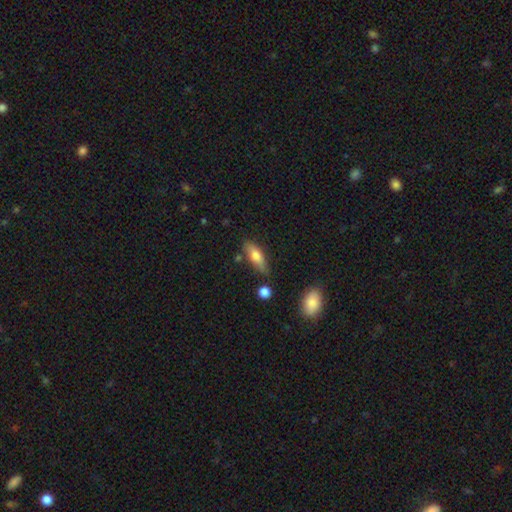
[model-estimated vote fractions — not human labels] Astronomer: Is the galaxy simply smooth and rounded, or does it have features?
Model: smooth — 65%.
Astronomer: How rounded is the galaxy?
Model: in between — 61%.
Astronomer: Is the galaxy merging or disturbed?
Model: none — 71%.